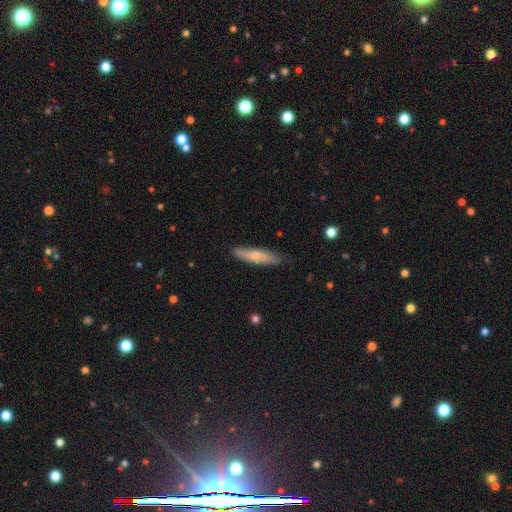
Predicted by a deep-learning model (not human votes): This is likely a smooth galaxy (67%). How rounded: likely cigar-shaped (79%). Merging: clearly none (80%).